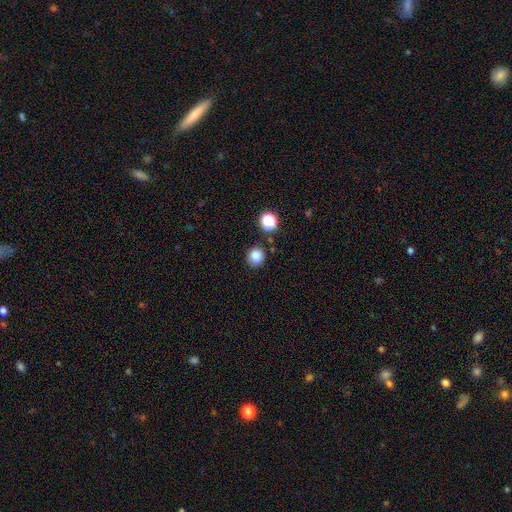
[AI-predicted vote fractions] A smooth galaxy with no disk features (83%) that is round (84%). Merging: none (83%).